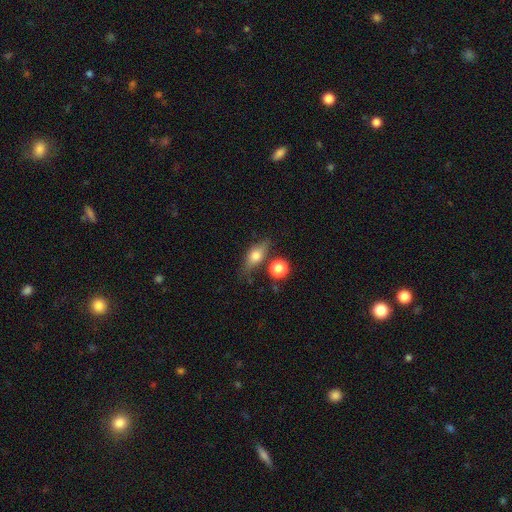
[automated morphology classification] This is possibly a smooth galaxy (58%). How rounded: likely in between (61%). Merging: likely none (71%).